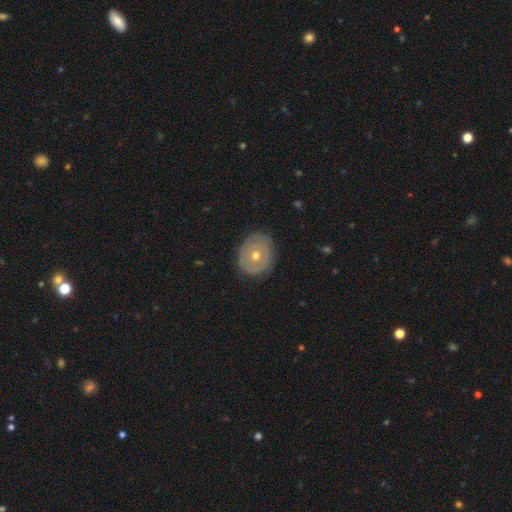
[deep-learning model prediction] Smooth or featured? Predicted: featured or disk (p=0.59). Edge-on disk? Predicted: no (p=0.95). Bar? Predicted: no (p=0.90). Spiral arms? Predicted: no (p=0.66). Bulge size? Predicted: moderate (p=0.66). Merging? Predicted: none (p=0.81).